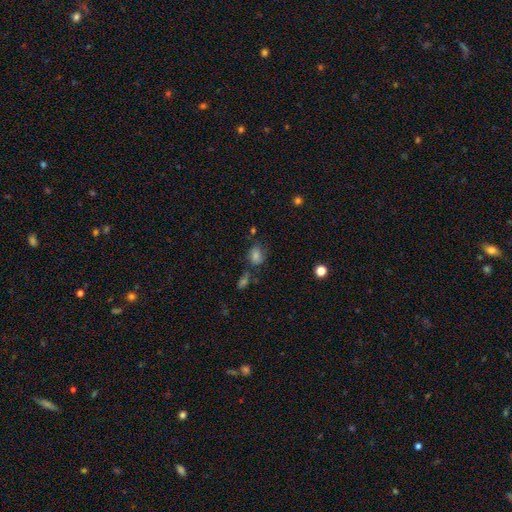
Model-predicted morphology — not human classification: A smooth galaxy with no disk features (58%) that is round (50%). Merging: none (56%).